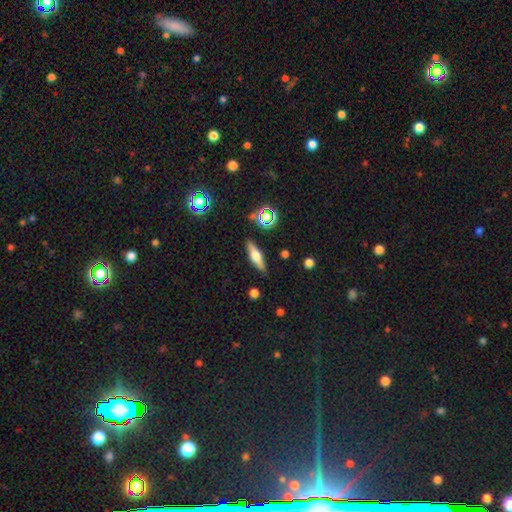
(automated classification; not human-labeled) Q: Smooth or featured?
A: featured or disk (51%); runner-up: smooth (39%)
Q: Edge-on disk?
A: yes (93%); runner-up: no (7%)
Q: Merging?
A: none (87%); runner-up: minor disturbance (9%)